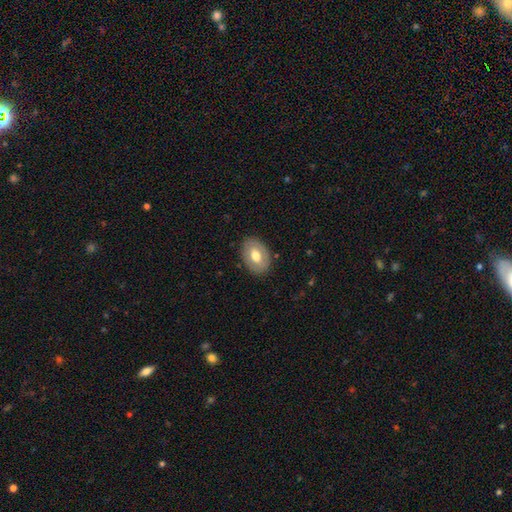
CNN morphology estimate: Smooth or featured? Predicted: smooth (p=0.60). How rounded? Predicted: in between (p=0.82). Merging? Predicted: none (p=0.85).